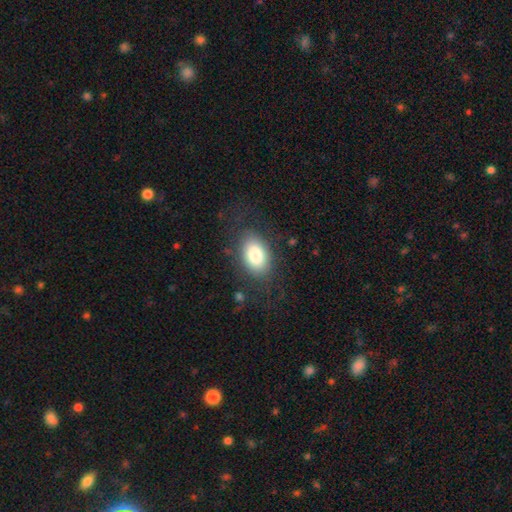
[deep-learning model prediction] A smooth galaxy with no disk features (80%) that is in between round and cigar-shaped (89%). Merging: none (78%).